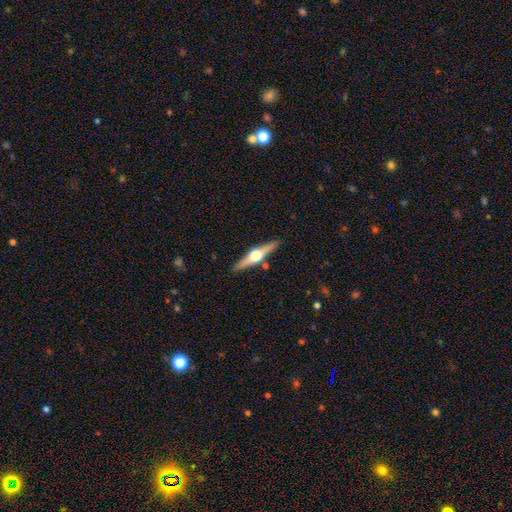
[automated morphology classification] Overall: featured or disk (75%). Edge-on disk: yes (97%). Edge-on bulge: rounded (96%). Merging: none (88%).